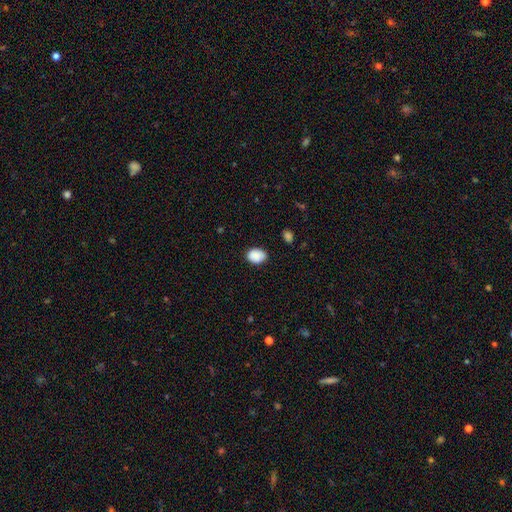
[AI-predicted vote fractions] Smooth or featured? smooth (89%)
How rounded? in between (71%)
Merging? none (81%)